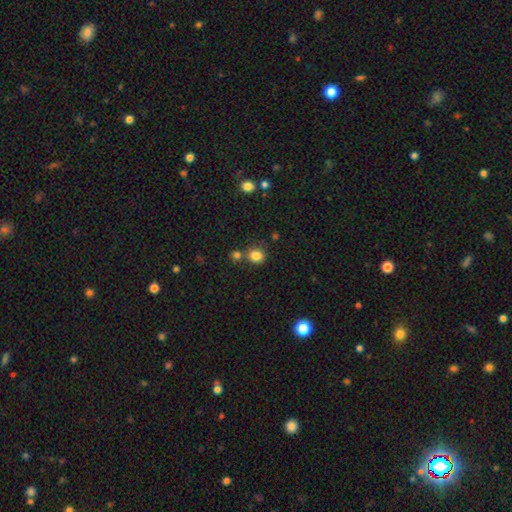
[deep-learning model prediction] Smooth or featured? Predicted: smooth (p=0.82). How rounded? Predicted: round (p=0.73). Merging? Predicted: none (p=0.66).